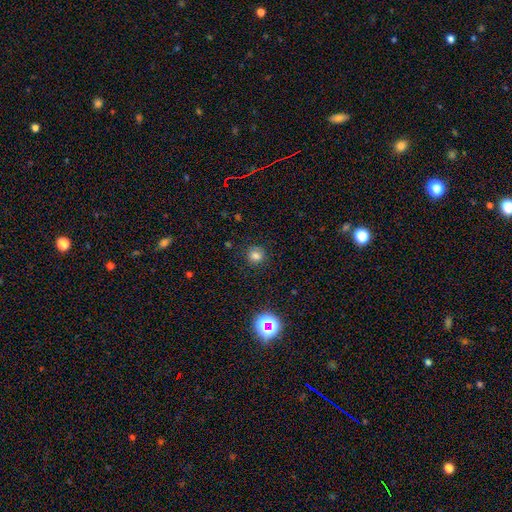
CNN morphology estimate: Overall: smooth (77%). How rounded: round (87%). Merging: none (85%).